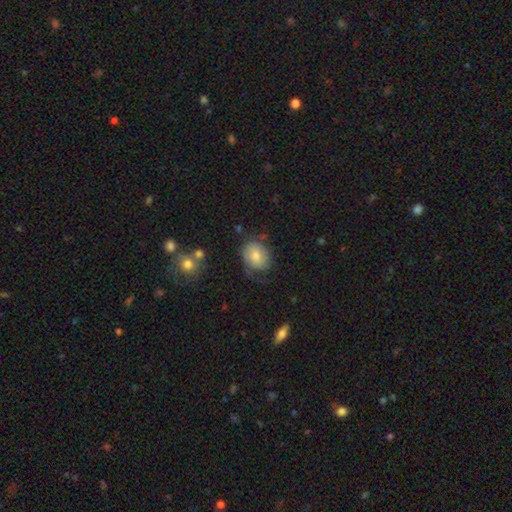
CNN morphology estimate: Smooth or featured?
  - smooth: 67% *
  - featured or disk: 26%
  - star or artifact: 8%
How rounded?
  - in between: 56% *
  - round: 43%
  - cigar-shaped: 1%
Merging?
  - none: 49% *
  - minor disturbance: 29%
  - major disturbance: 18%
  - merger: 3%